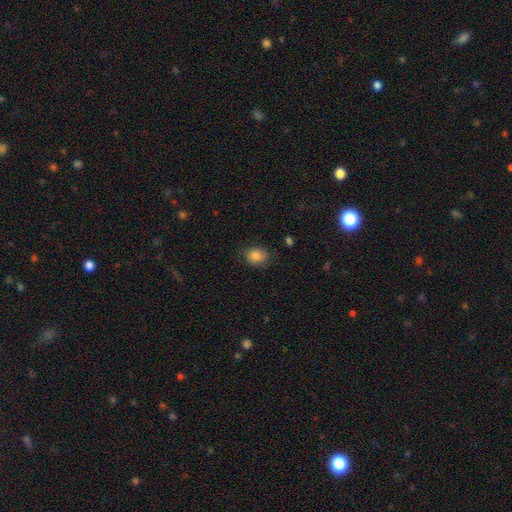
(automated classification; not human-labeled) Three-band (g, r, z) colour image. It shows a smooth galaxy with no disk features (85%) that is round (52%). Merging: none (75%).